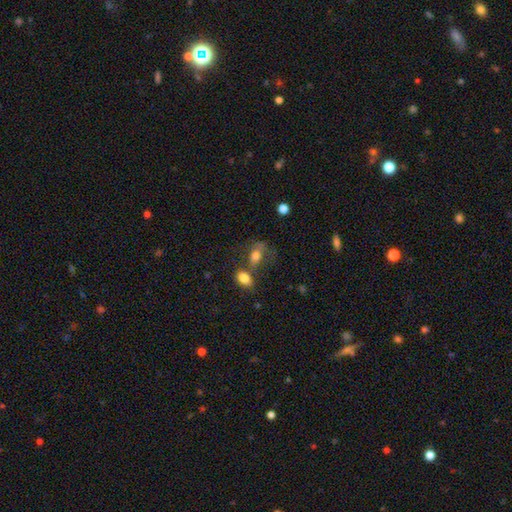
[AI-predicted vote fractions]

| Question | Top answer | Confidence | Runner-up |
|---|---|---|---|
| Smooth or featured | smooth | 75% | featured or disk (14%) |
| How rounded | in between | 79% | round (18%) |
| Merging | none | 34% | merger (29%) |